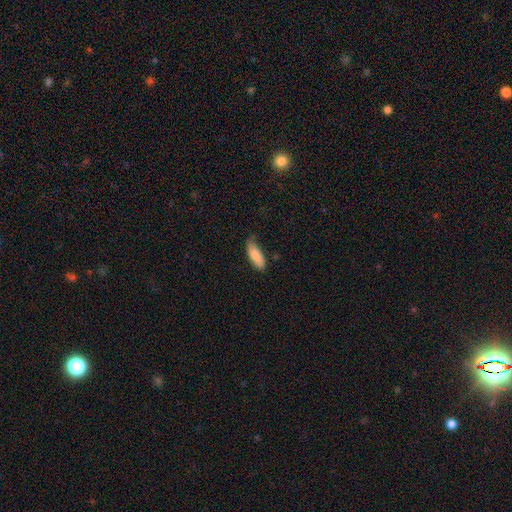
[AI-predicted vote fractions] Q: Smooth or featured?
A: smooth (86%); runner-up: featured or disk (8%)
Q: How rounded?
A: in between (66%); runner-up: cigar-shaped (32%)
Q: Merging?
A: none (65%); runner-up: minor disturbance (28%)